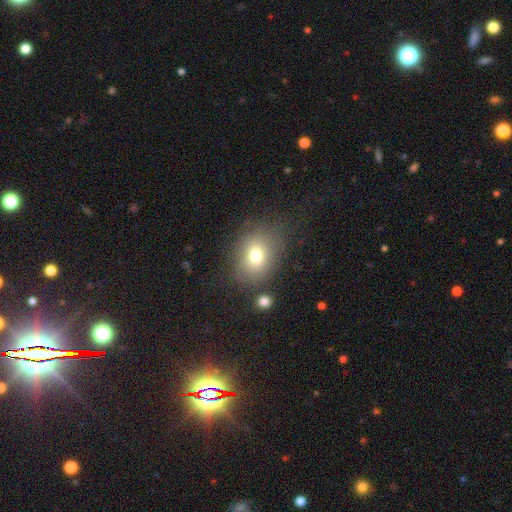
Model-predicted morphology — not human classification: Overall: smooth (73%). How rounded: in between (58%; round 41%). Merging: none (71%).